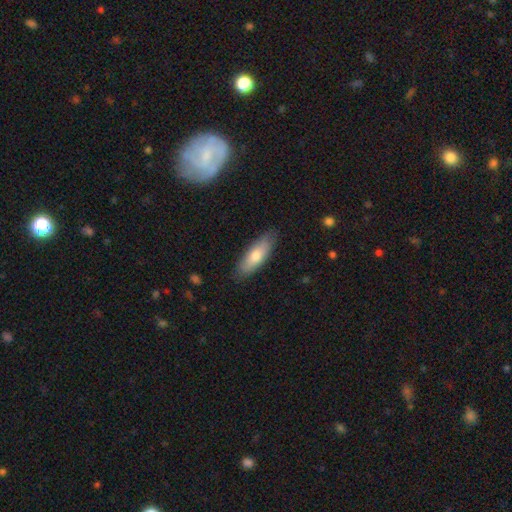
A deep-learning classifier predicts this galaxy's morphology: smooth_or_featured: smooth (p=0.73) [alt: featured or disk p=0.21]
how_rounded: in between (p=0.59) [alt: cigar-shaped p=0.39]
merging: none (p=0.84) [alt: minor disturbance p=0.13]